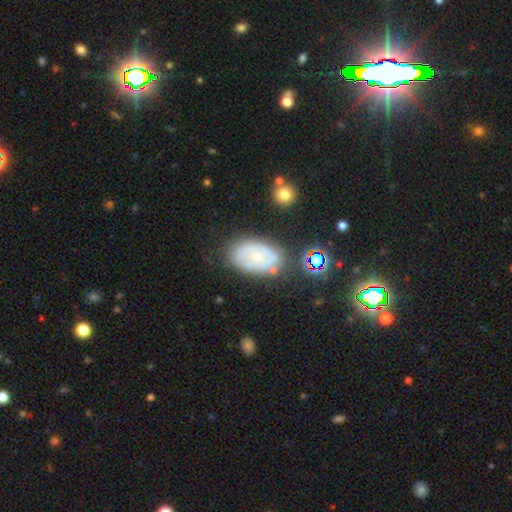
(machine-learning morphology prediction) The model was most divided on "smooth or featured": featured or disk: 59%, smooth: 30%, star or artifact: 11%. More confident: edge-on disk — no (95%); bar — no (80%); spiral arms — yes (66%); merging — none (65%); bulge size — small (63%).